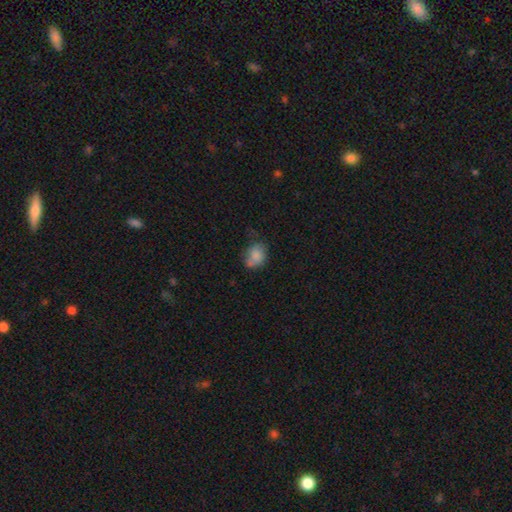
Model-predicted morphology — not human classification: smooth 80%, featured or disk 10%, star or artifact 10%. Down the decision tree: how rounded — round (54%); merging — none (48%).